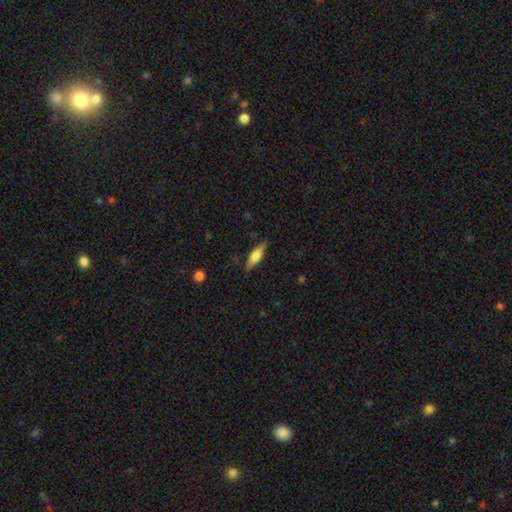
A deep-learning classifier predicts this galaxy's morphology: Q: Smooth or featured?
A: featured or disk (51%); runner-up: smooth (42%)
Q: Edge-on disk?
A: yes (93%); runner-up: no (7%)
Q: Merging?
A: none (83%); runner-up: minor disturbance (13%)